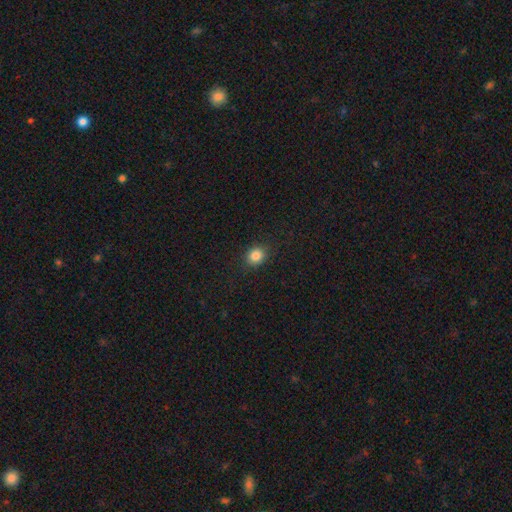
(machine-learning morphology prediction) type=smooth (84%); roundness=round (68%); merging=none (88%).